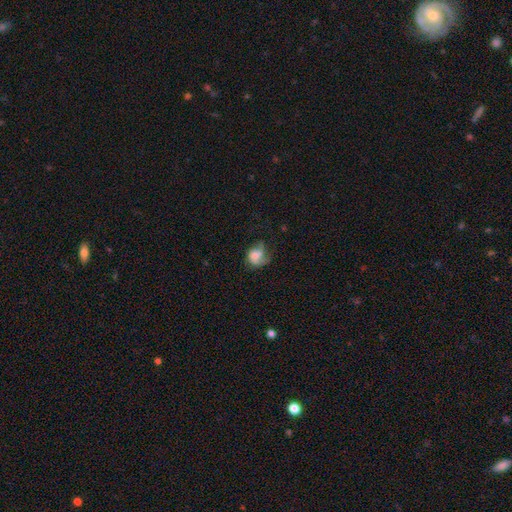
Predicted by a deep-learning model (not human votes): Smooth or featured: smooth — 52% (featured or disk — 38%)
How rounded: in between — 50% (round — 49%)
Merging: major disturbance — 39% (none — 30%)